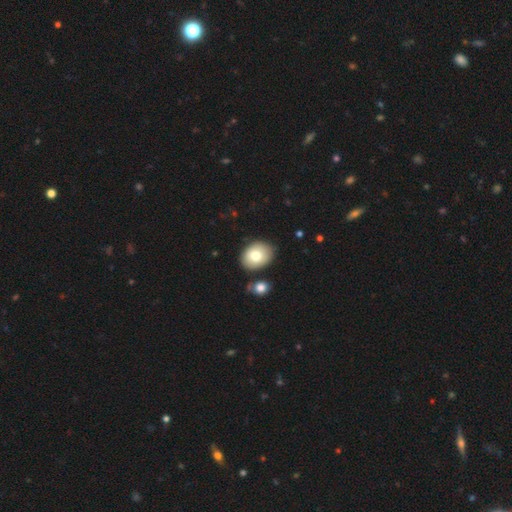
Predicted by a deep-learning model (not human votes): This is likely a smooth galaxy (77%). How rounded: likely in between (63%). Merging: likely none (76%).